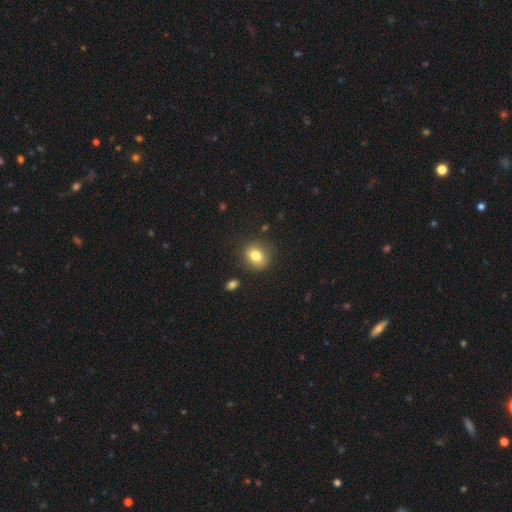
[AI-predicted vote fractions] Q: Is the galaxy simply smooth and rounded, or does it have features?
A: smooth — 82%.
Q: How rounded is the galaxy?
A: round — 69%.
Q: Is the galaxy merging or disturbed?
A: none — 83%.